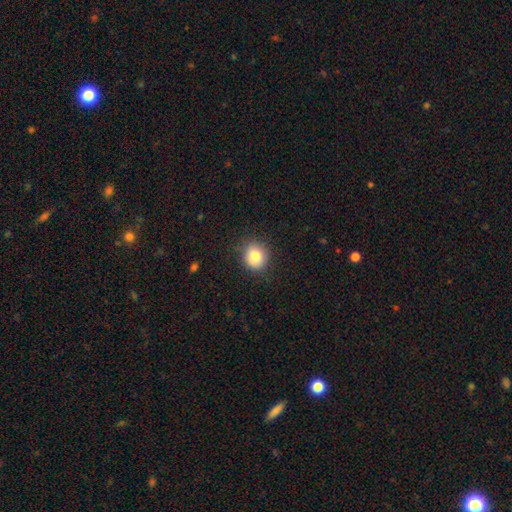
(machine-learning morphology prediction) type=smooth (81%); roundness=round (77%); merging=none (82%).